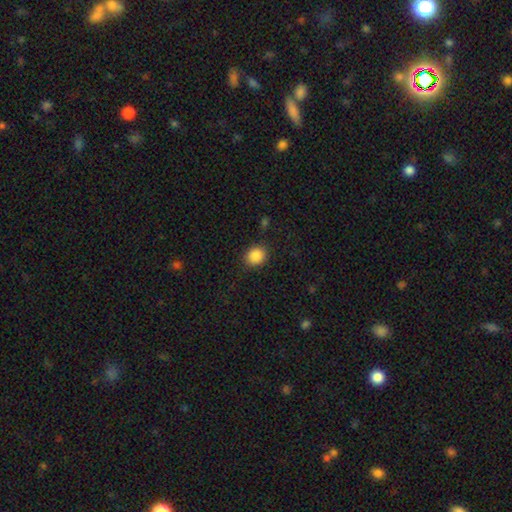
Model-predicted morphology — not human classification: Smooth or featured?
  - smooth: 87% *
  - star or artifact: 9%
  - featured or disk: 4%
How rounded?
  - round: 71% *
  - in between: 28%
  - cigar-shaped: 1%
Merging?
  - none: 87% *
  - minor disturbance: 9%
  - major disturbance: 3%
  - merger: 1%